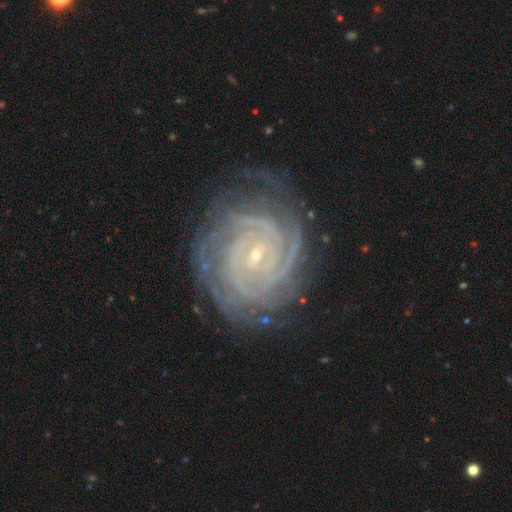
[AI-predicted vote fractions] smooth_or_featured: featured or disk (p=0.91) [alt: star or artifact p=0.06]
disk_edge_on: no (p=0.97) [alt: yes p=0.03]
bar: no (p=0.51) [alt: weak p=0.32]
has_spiral_arms: yes (p=0.99) [alt: no p=0.01]
spiral_winding: tight (p=0.86) [alt: medium p=0.12]
spiral_arm_count: 4 (p=0.23) [alt: 2 p=0.19]
bulge_size: small (p=0.85) [alt: moderate p=0.11]
merging: none (p=0.78) [alt: minor disturbance p=0.15]